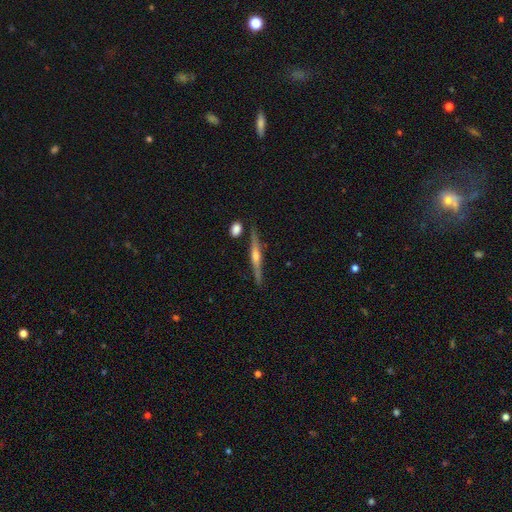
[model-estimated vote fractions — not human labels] featured or disk 79%, smooth 15%, star or artifact 6%. Down the decision tree: edge-on disk — yes (98%); edge-on bulge — rounded (85%); merging — none (87%).